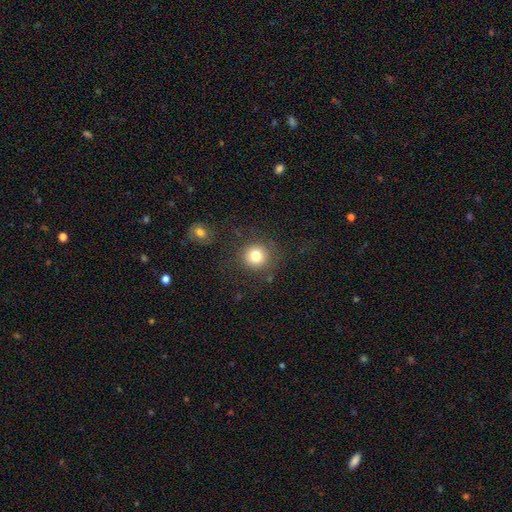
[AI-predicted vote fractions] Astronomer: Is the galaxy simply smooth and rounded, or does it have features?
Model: smooth — 80%.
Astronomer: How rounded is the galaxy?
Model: round — 92%.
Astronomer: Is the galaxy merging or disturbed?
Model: none — 83%.